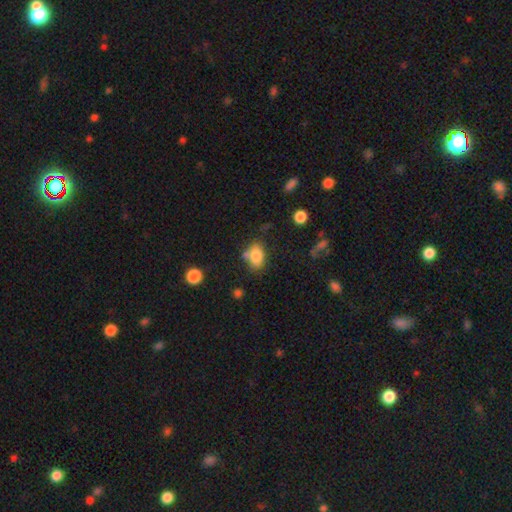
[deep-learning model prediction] smooth 81%, featured or disk 10%, star or artifact 9%. Down the decision tree: how rounded — in between (79%); merging — none (58%).